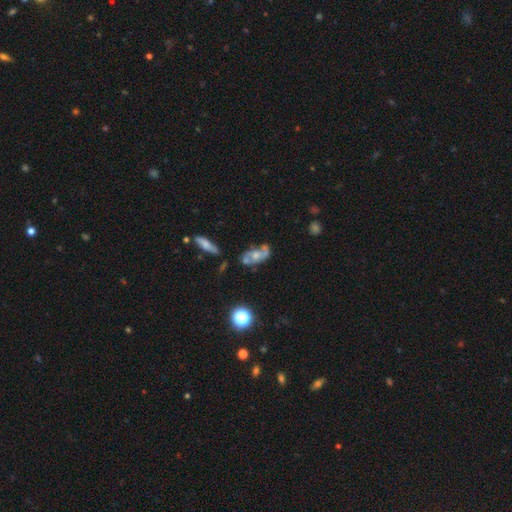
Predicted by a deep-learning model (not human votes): Smooth or featured?
  - featured or disk: 60% *
  - smooth: 29%
  - star or artifact: 11%
Edge-on disk?
  - no: 91% *
  - yes: 9%
Bar?
  - no: 77% *
  - weak: 18%
  - strong: 4%
Spiral arms?
  - yes: 59% *
  - no: 41%
Bulge size?
  - moderate: 50% *
  - small: 28%
  - none: 10%
  - large: 10%
  - dominant: 2%
Merging?
  - none: 41% *
  - merger: 22%
  - minor disturbance: 22%
  - major disturbance: 15%